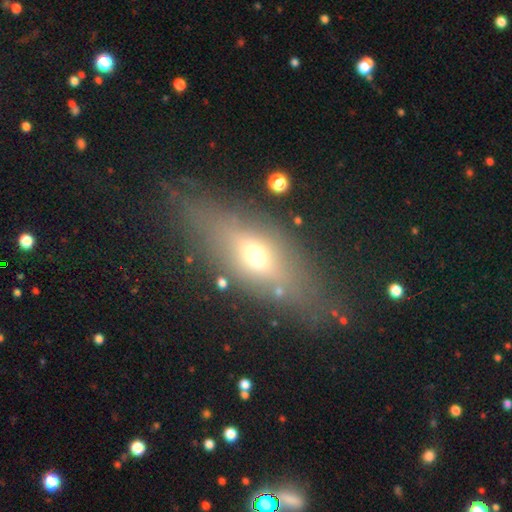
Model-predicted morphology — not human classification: smooth_or_featured: smooth (p=0.47) [alt: featured or disk p=0.38]
merging: none (p=0.62) [alt: minor disturbance p=0.18]